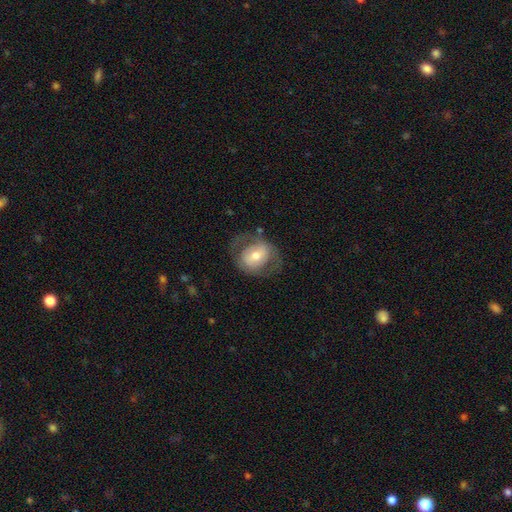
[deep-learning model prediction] This appears to be a featured or disk galaxy (48%). Merging: none (64%).